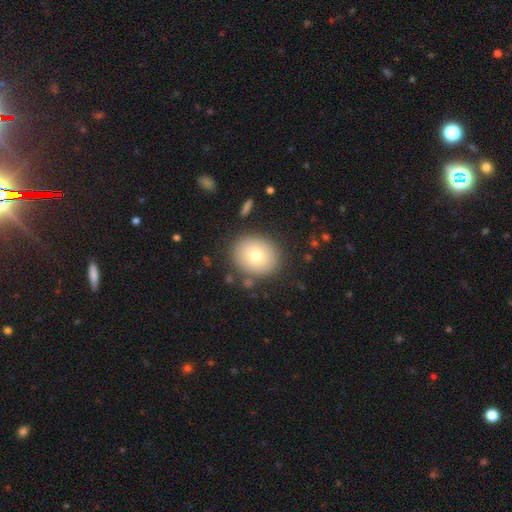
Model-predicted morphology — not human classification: Smooth or featured? Predicted: smooth (p=0.75). How rounded? Predicted: round (p=0.66). Merging? Predicted: none (p=0.84).